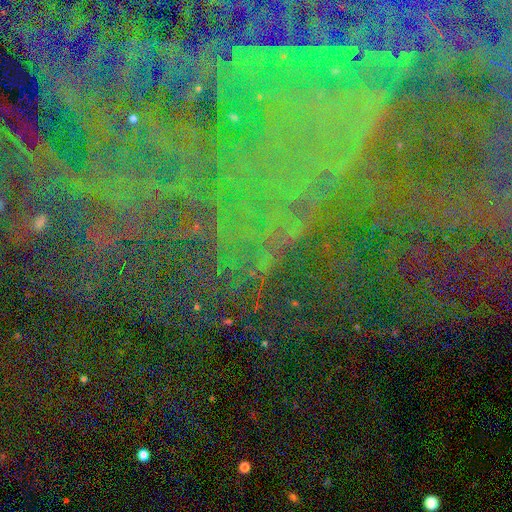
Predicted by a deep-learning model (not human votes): Smooth or featured? Predicted: star or artifact (p=0.74).